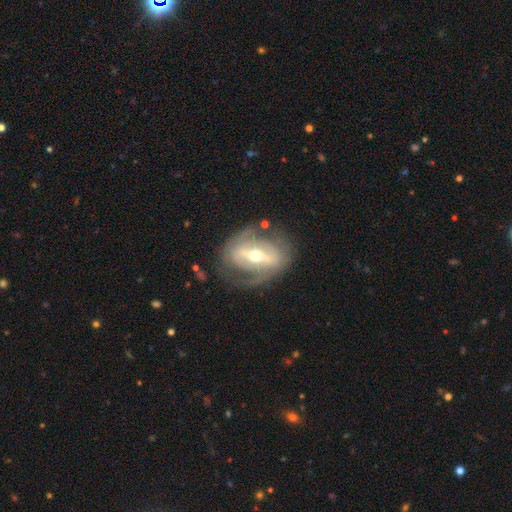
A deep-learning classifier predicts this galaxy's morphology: Smooth or featured? Predicted: featured or disk (p=0.79). Edge-on disk? Predicted: no (p=0.91). Bar? Predicted: strong (p=0.63). Spiral arms? Predicted: yes (p=0.69). Bulge size? Predicted: moderate (p=0.58). Merging? Predicted: none (p=0.65).